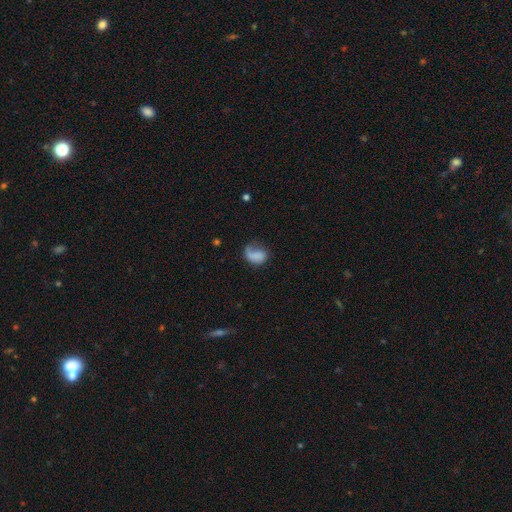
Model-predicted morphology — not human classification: Q: Smooth or featured?
A: smooth (60%); runner-up: featured or disk (30%)
Q: How rounded?
A: in between (68%); runner-up: round (30%)
Q: Merging?
A: major disturbance (37%); runner-up: none (33%)